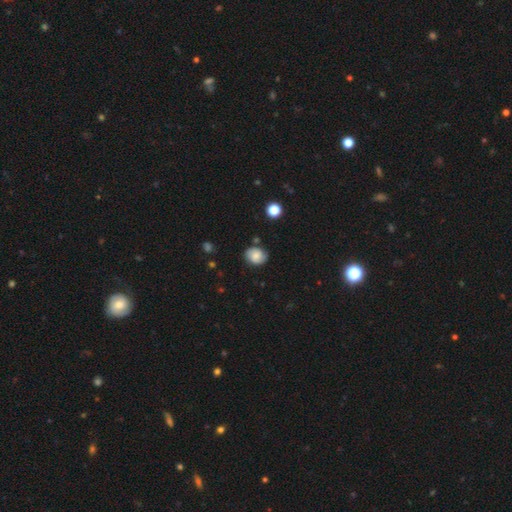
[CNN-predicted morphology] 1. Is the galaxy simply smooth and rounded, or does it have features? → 62% smooth, 28% featured or disk, 10% star or artifact.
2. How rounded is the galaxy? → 62% round, 37% in between, 1% cigar-shaped.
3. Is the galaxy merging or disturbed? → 78% none, 15% minor disturbance, 4% major disturbance, 3% merger.